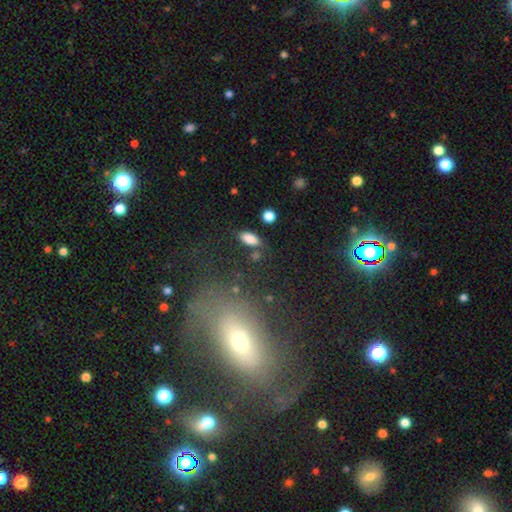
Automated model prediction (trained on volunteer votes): Smooth or featured?
  - smooth: 59% *
  - star or artifact: 23%
  - featured or disk: 18%
How rounded?
  - in between: 75% *
  - round: 13%
  - cigar-shaped: 13%
Merging?
  - none: 73% *
  - minor disturbance: 13%
  - major disturbance: 8%
  - merger: 6%